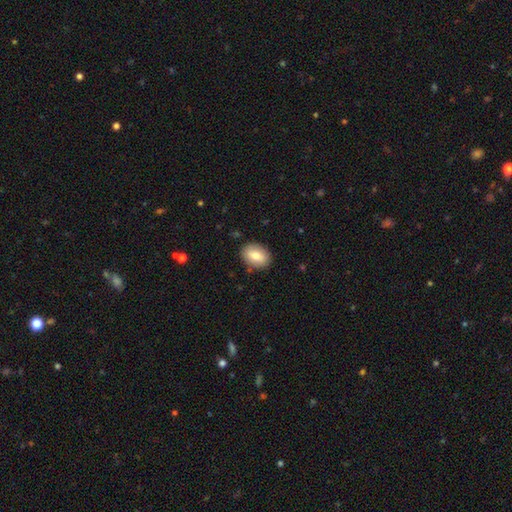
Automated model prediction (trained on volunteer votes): The model was most divided on "how rounded": in between: 79%, round: 20%, cigar-shaped: 1%. More confident: merging — none (87%); smooth or featured — smooth (79%).